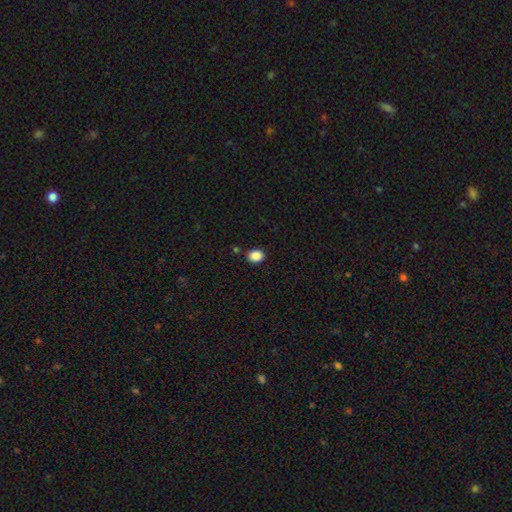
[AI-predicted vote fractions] smooth_or_featured: smooth (p=0.87) [alt: star or artifact p=0.10]
how_rounded: round (p=0.52) [alt: in between p=0.47]
merging: none (p=0.84) [alt: minor disturbance p=0.10]